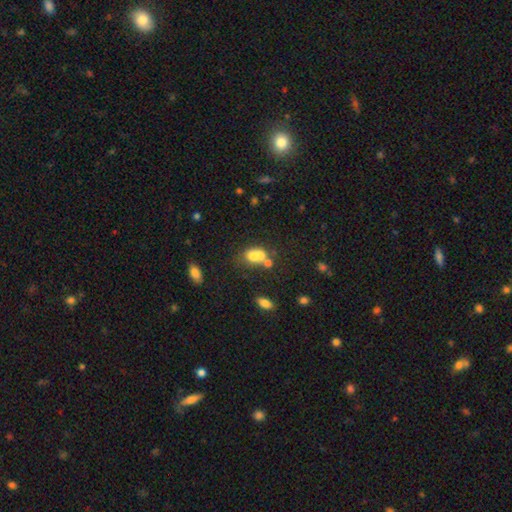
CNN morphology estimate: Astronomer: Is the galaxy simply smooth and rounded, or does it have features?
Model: smooth — 68%.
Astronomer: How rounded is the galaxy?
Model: in between — 64%.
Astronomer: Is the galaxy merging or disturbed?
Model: merger — 54%.